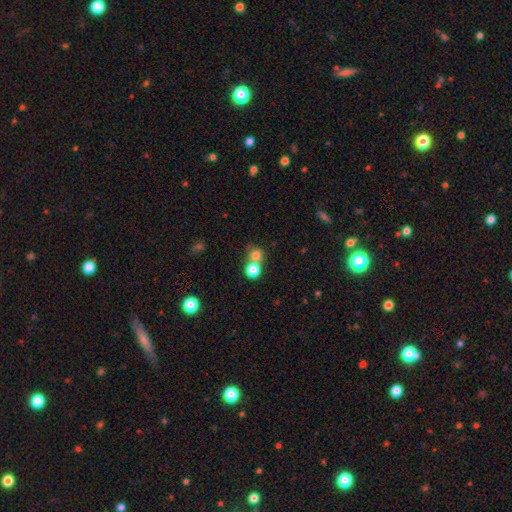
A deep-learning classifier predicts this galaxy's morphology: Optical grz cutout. It shows a smooth galaxy with no disk features (77%) that is round (85%). Merging: none (46%).